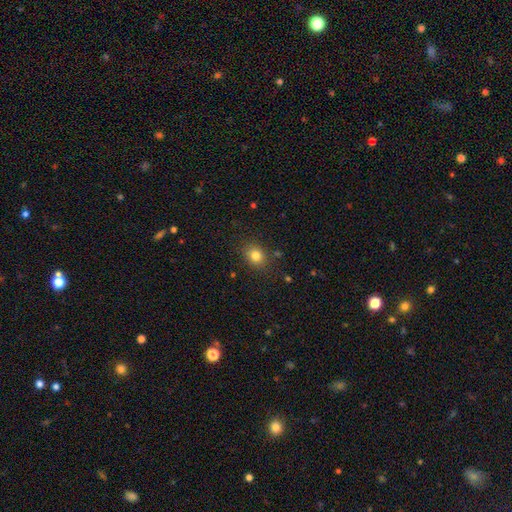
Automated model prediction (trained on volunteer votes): A smooth galaxy with no disk features (80%) that is round (62%).

Vote fractions:
- Smooth or featured? smooth: 80% / star or artifact: 12% / featured or disk: 7%
- How rounded? round: 62% / in between: 37% / cigar-shaped: 1%
- Merging? none: 84% / minor disturbance: 11% / major disturbance: 3% / merger: 2%